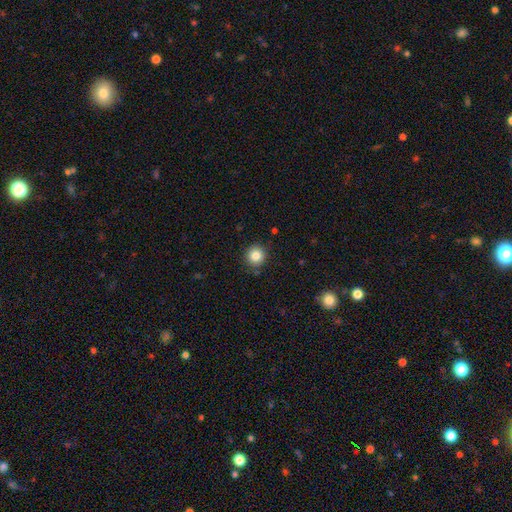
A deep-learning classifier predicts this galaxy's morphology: The model was most divided on "smooth or featured": smooth: 84%, star or artifact: 11%, featured or disk: 6%. More confident: how rounded — round (93%); merging — none (89%).